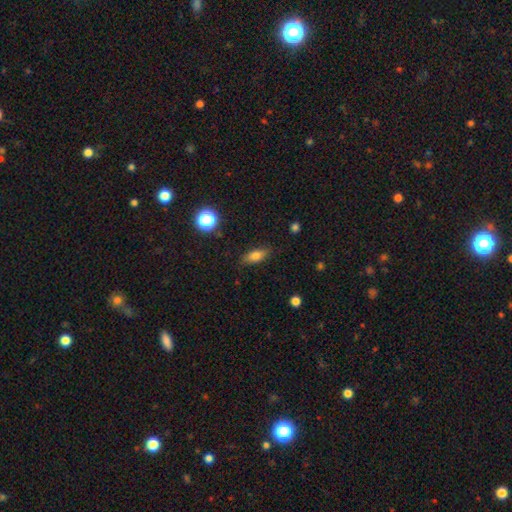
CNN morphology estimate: This is likely a smooth galaxy (74%). How rounded: likely in between (75%). Merging: clearly none (83%).